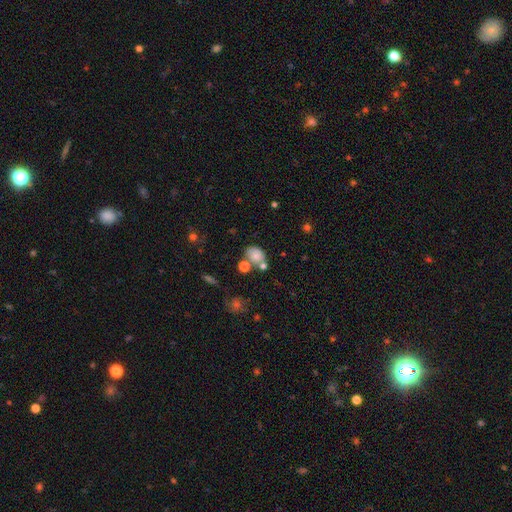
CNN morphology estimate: Smooth or featured: smooth — 77% (star or artifact — 12%)
How rounded: in between — 56% (round — 43%)
Merging: none — 51% (merger — 23%)